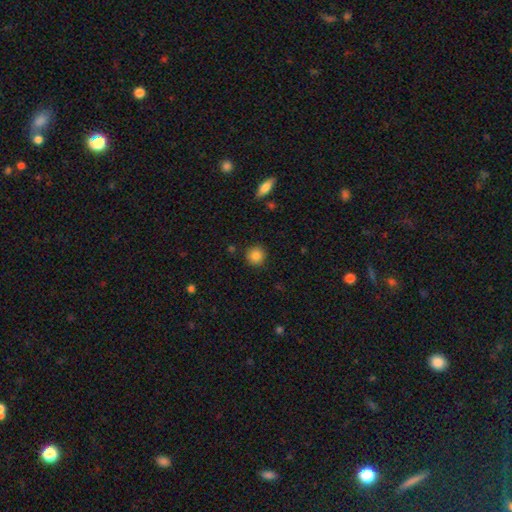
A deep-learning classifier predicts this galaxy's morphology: Q: Smooth or featured?
A: smooth (85%); runner-up: star or artifact (9%)
Q: How rounded?
A: round (93%); runner-up: in between (6%)
Q: Merging?
A: none (90%); runner-up: minor disturbance (7%)